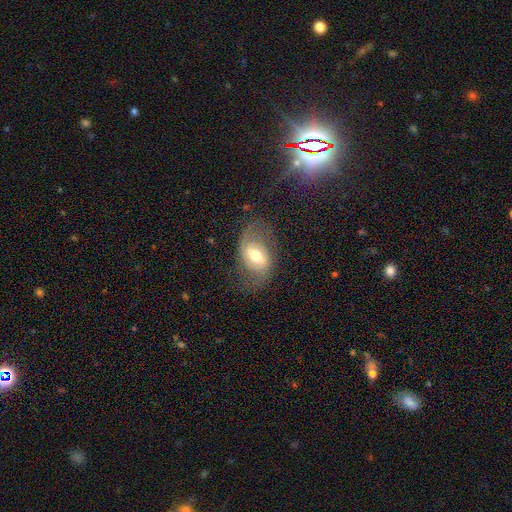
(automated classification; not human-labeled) Q: Smooth or featured?
A: featured or disk (71%); runner-up: smooth (22%)
Q: Edge-on disk?
A: no (96%); runner-up: yes (4%)
Q: Bar?
A: weak (49%); runner-up: strong (26%)
Q: Spiral arms?
A: yes (86%); runner-up: no (14%)
Q: Spiral winding?
A: loose (44%); runner-up: medium (41%)
Q: Spiral arm count?
A: 2 (85%); runner-up: can't tell (7%)
Q: Bulge size?
A: moderate (71%); runner-up: large (14%)
Q: Merging?
A: none (64%); runner-up: minor disturbance (19%)